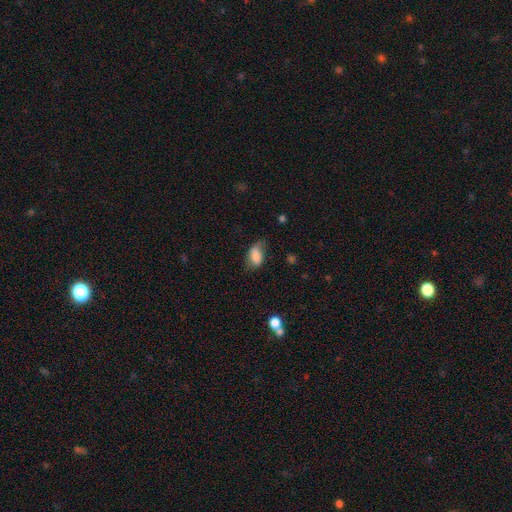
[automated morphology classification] Overall: smooth (80%). How rounded: in between (90%). Merging: none (50%; minor disturbance 34%).